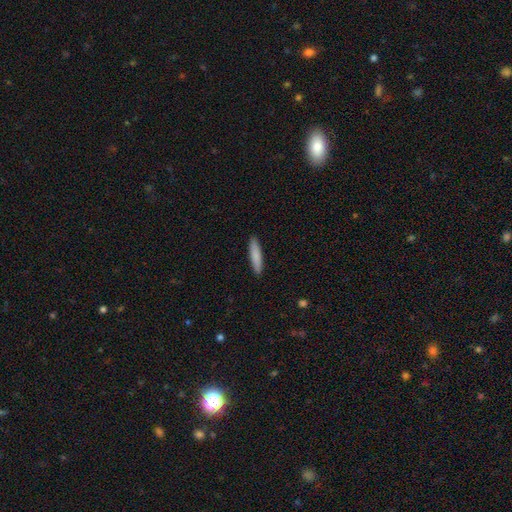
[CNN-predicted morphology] This is clearly a smooth galaxy (83%). How rounded: clearly cigar-shaped (84%). Merging: clearly none (91%).